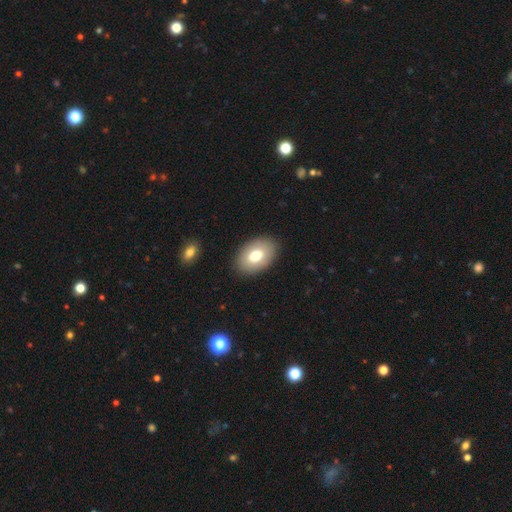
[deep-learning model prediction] Morphology: type=smooth (74%); roundness=in between (88%); merging=none (89%).